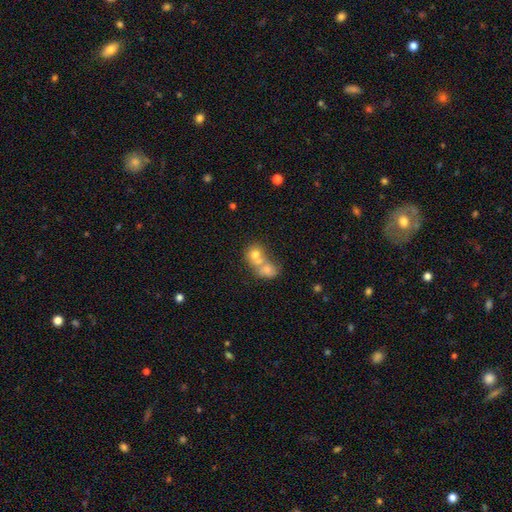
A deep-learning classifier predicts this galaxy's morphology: Smooth or featured? Predicted: smooth (p=0.66). How rounded? Predicted: round (p=0.68). Merging? Predicted: merger (p=0.65).